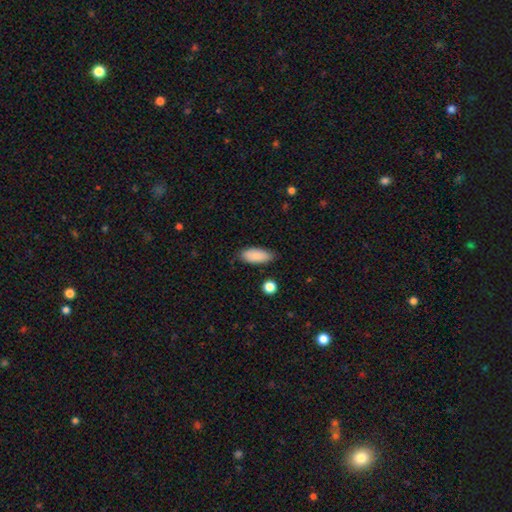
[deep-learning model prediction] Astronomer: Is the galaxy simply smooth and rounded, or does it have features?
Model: smooth — 87%.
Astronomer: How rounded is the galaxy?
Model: in between — 85%.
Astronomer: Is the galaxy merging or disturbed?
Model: none — 81%.